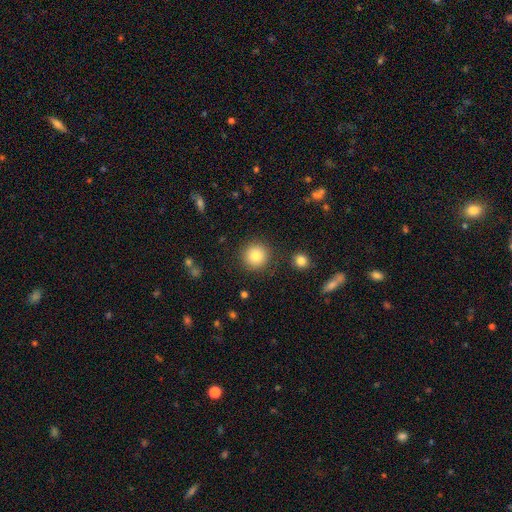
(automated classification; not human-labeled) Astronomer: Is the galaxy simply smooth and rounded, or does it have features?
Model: smooth — 83%.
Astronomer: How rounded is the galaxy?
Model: round — 95%.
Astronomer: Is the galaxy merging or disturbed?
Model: none — 89%.